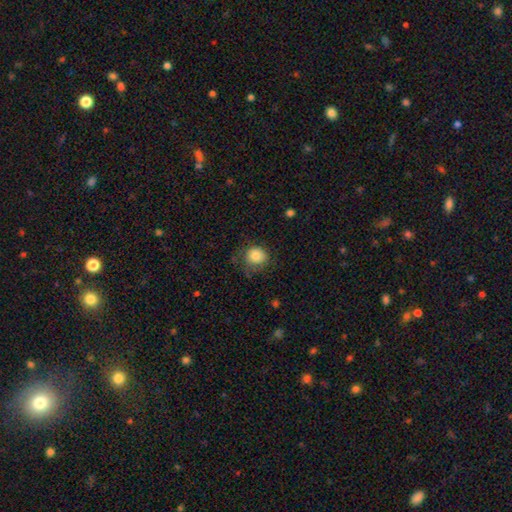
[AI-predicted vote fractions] Smooth or featured?
  - smooth: 81% *
  - featured or disk: 10%
  - star or artifact: 9%
How rounded?
  - round: 86% *
  - in between: 13%
  - cigar-shaped: 1%
Merging?
  - none: 64% *
  - minor disturbance: 23%
  - major disturbance: 11%
  - merger: 2%